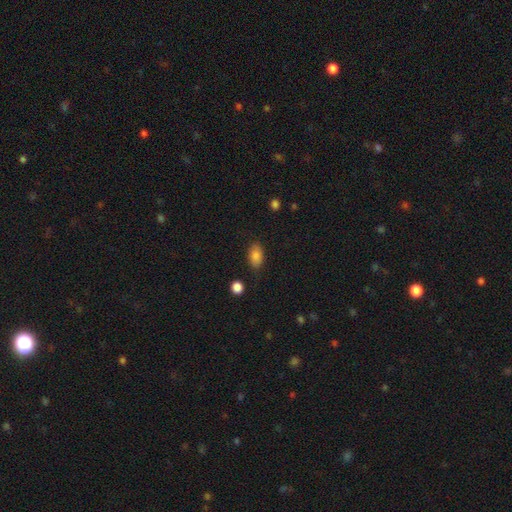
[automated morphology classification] smooth_or_featured: smooth (p=0.85) [alt: star or artifact p=0.08]
how_rounded: in between (p=0.89) [alt: round p=0.08]
merging: none (p=0.76) [alt: minor disturbance p=0.17]